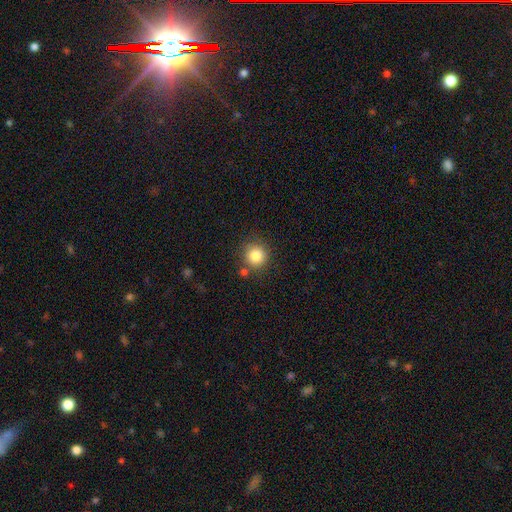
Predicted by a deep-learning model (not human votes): Morphology: type=smooth (84%); roundness=round (93%); merging=none (79%).